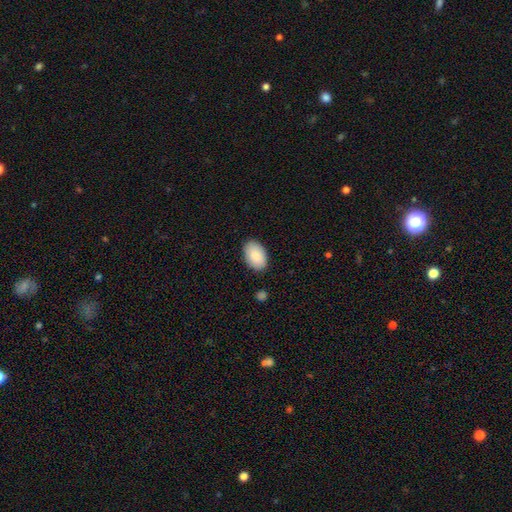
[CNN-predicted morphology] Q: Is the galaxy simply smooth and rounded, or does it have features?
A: smooth — 88%.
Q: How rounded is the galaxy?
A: in between — 92%.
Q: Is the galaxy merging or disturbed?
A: none — 87%.